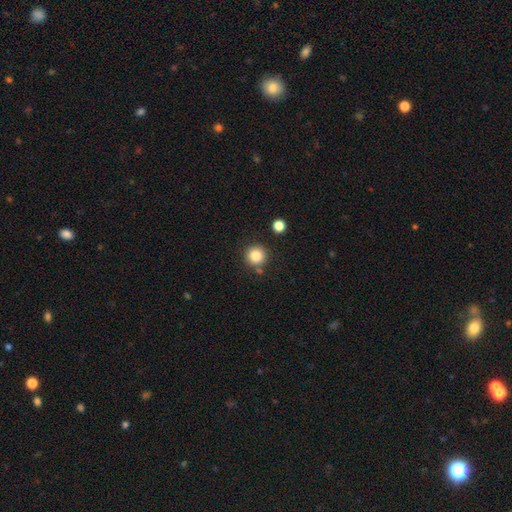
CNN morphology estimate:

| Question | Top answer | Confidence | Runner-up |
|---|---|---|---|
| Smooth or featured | smooth | 85% | star or artifact (11%) |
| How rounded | round | 94% | in between (5%) |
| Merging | none | 83% | minor disturbance (8%) |